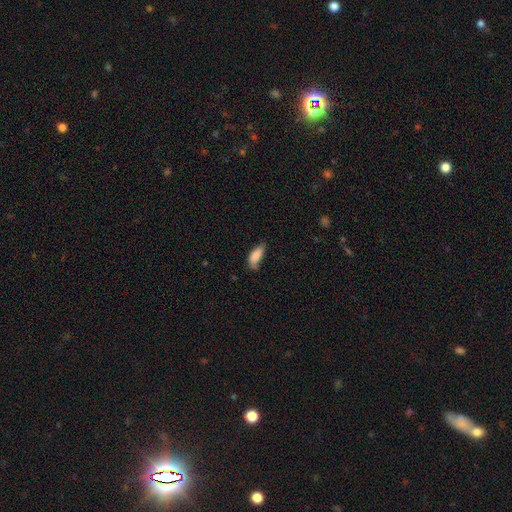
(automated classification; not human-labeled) smooth 85%, featured or disk 8%, star or artifact 7%. Down the decision tree: how rounded — in between (81%); merging — none (47%).